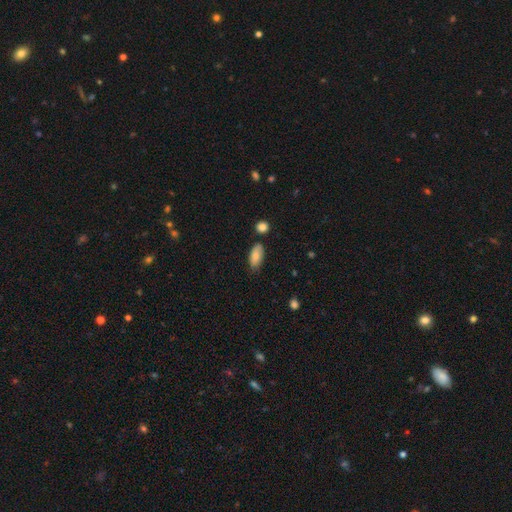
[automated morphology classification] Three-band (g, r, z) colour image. It shows a smooth galaxy with no disk features (81%) that is in between round and cigar-shaped (89%). Merging: none (71%).